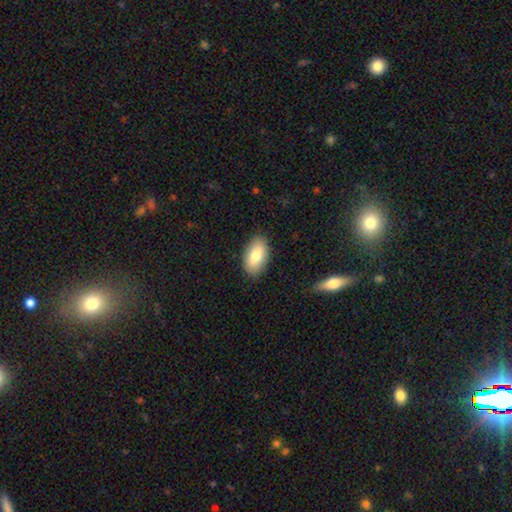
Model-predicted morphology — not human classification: Q: Smooth or featured?
A: smooth (79%); runner-up: featured or disk (15%)
Q: How rounded?
A: in between (94%); runner-up: round (4%)
Q: Merging?
A: none (86%); runner-up: minor disturbance (11%)